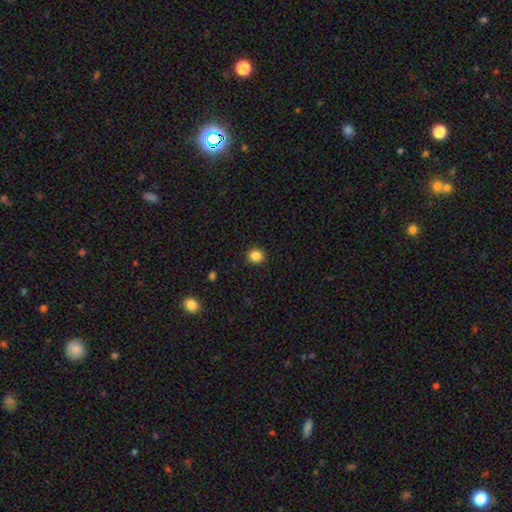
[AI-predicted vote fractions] Smooth or featured?
  - smooth: 85% *
  - star or artifact: 11%
  - featured or disk: 4%
How rounded?
  - round: 88% *
  - in between: 11%
  - cigar-shaped: 1%
Merging?
  - none: 92% *
  - minor disturbance: 5%
  - major disturbance: 2%
  - merger: 1%